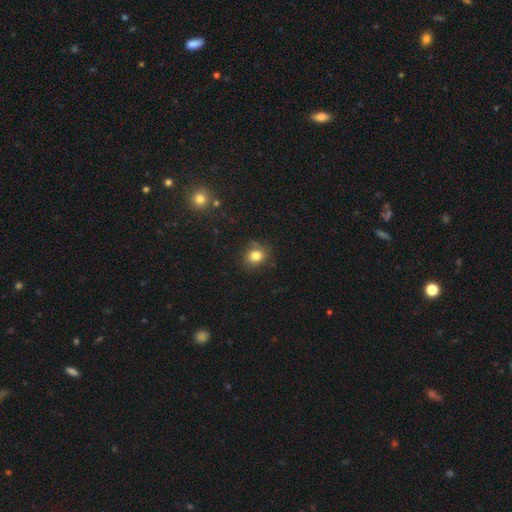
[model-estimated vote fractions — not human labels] Morphology: type=smooth (80%); roundness=round (63%); merging=none (77%).